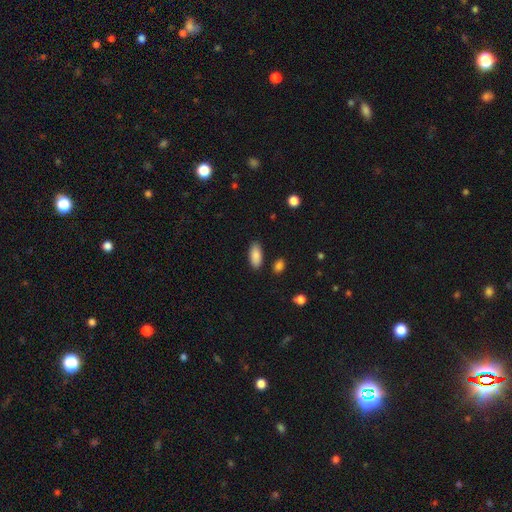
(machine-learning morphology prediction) Smooth or featured? Predicted: smooth (p=0.89). How rounded? Predicted: in between (p=0.87). Merging? Predicted: none (p=0.86).